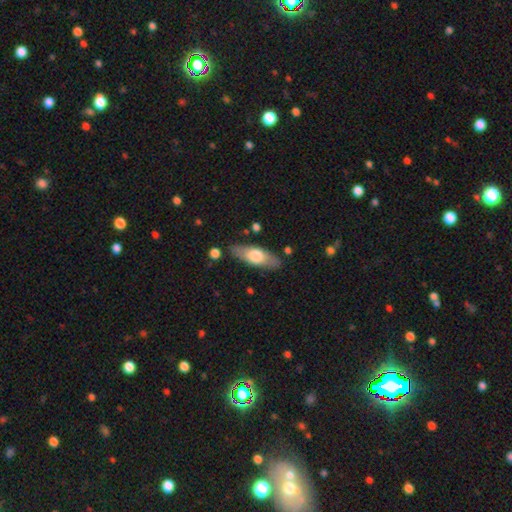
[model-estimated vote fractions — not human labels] Morphology: type=smooth (61%); roundness=in between (67%); merging=none (83%).